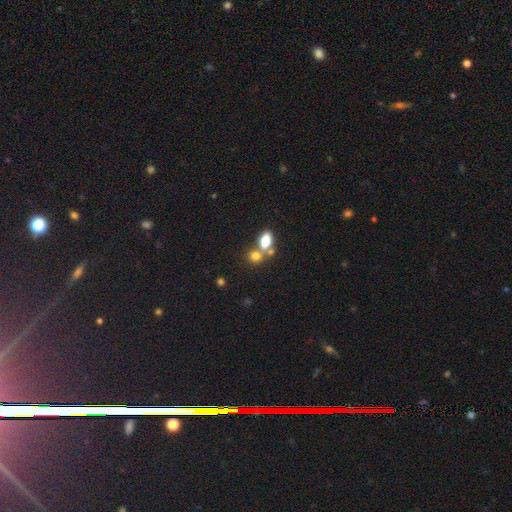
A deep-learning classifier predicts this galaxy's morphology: This is likely a smooth galaxy (77%). How rounded: possibly in between (57%). Merging: possibly merger (49%).